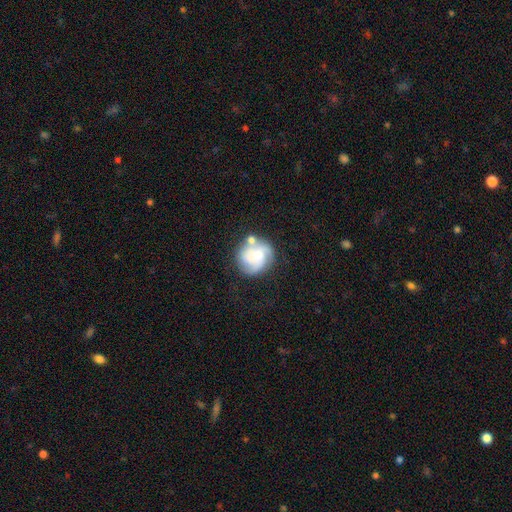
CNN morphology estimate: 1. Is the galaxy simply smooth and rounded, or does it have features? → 61% featured or disk, 31% smooth, 8% star or artifact.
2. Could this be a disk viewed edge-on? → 98% no, 2% yes.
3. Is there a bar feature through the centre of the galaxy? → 74% no, 22% weak, 4% strong.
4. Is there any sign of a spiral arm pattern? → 84% yes, 16% no.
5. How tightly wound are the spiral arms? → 43% medium, 39% tight, 18% loose.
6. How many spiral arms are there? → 47% 3, 19% can't tell, 17% 2, 9% 4, 4% 1, 3% more than 4.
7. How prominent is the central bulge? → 46% small, 40% moderate, 7% none, 5% large, 2% dominant.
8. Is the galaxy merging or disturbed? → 54% none, 20% minor disturbance, 15% merger, 11% major disturbance.